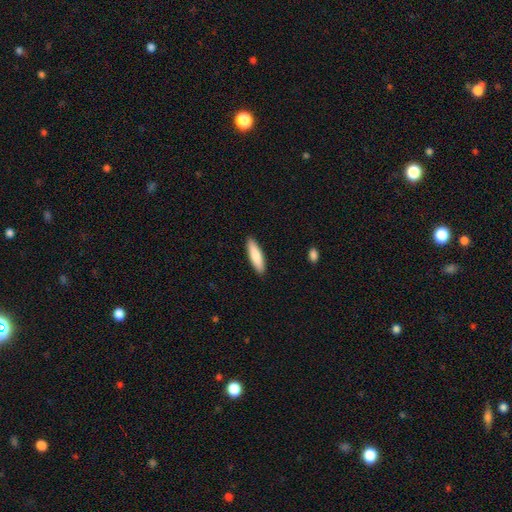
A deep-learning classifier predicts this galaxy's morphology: smooth_or_featured: smooth (p=0.82) [alt: featured or disk p=0.13]
how_rounded: cigar-shaped (p=0.72) [alt: in between p=0.27]
merging: none (p=0.91) [alt: minor disturbance p=0.07]